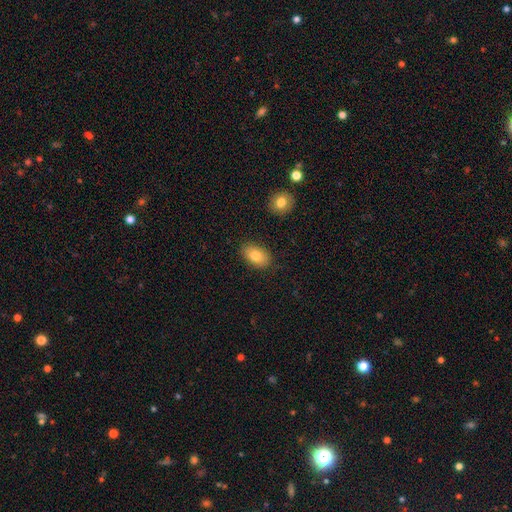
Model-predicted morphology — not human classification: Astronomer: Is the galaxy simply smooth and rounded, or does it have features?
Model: smooth — 81%.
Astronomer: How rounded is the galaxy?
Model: in between — 89%.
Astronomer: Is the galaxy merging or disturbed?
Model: none — 86%.